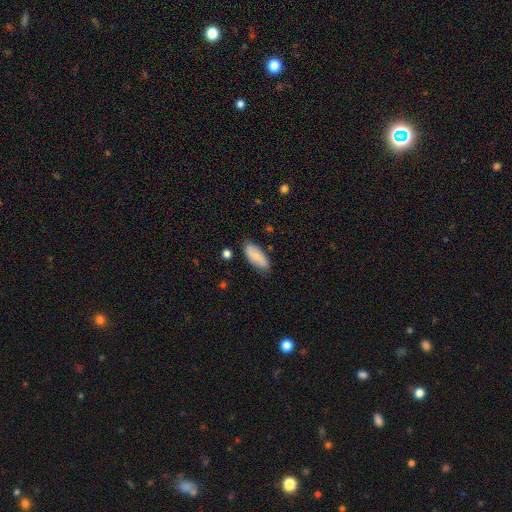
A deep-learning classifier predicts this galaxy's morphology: Smooth or featured?
  - smooth: 78% *
  - featured or disk: 16%
  - star or artifact: 6%
How rounded?
  - in between: 83% *
  - cigar-shaped: 15%
  - round: 2%
Merging?
  - none: 80% *
  - minor disturbance: 15%
  - major disturbance: 3%
  - merger: 2%